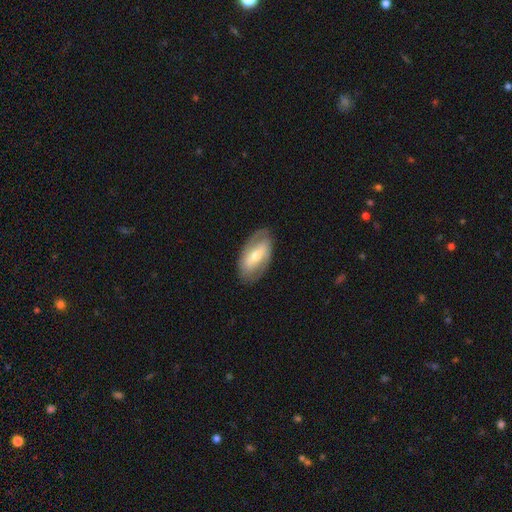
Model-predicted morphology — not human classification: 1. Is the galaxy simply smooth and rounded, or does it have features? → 63% featured or disk, 31% smooth, 6% star or artifact.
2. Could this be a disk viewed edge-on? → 90% no, 10% yes.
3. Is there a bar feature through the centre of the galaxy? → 46% strong, 32% weak, 22% no.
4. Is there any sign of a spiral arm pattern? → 60% yes, 40% no.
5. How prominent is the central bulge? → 56% moderate, 37% small, 4% large, 1% none, 1% dominant.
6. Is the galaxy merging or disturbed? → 80% none, 14% minor disturbance, 5% major disturbance, 1% merger.